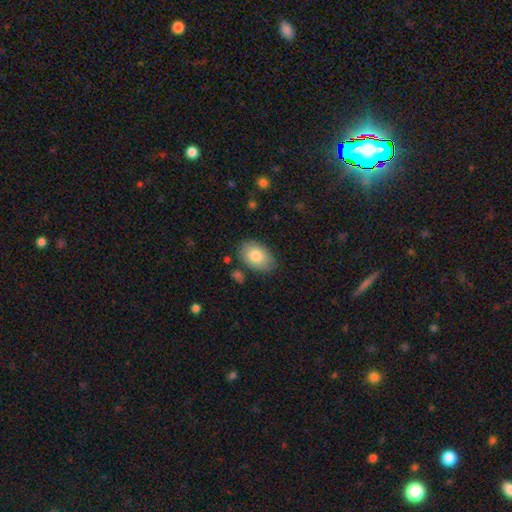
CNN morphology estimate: This appears to be a smooth galaxy with no disk features (82%) that is in between round and cigar-shaped (88%). Merging: none (79%).